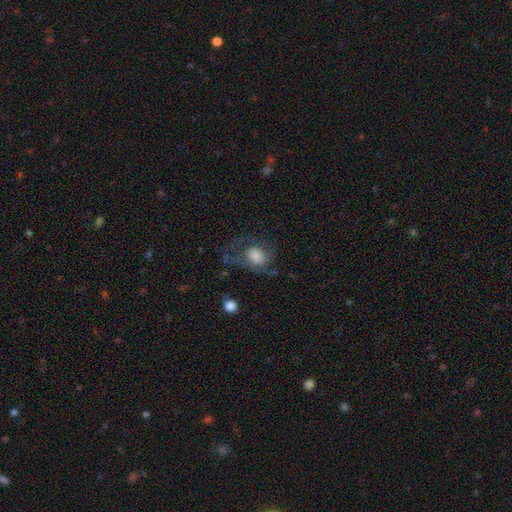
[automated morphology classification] featured or disk 47%, smooth 42%, star or artifact 11%. Down the decision tree: merging — none (40%).